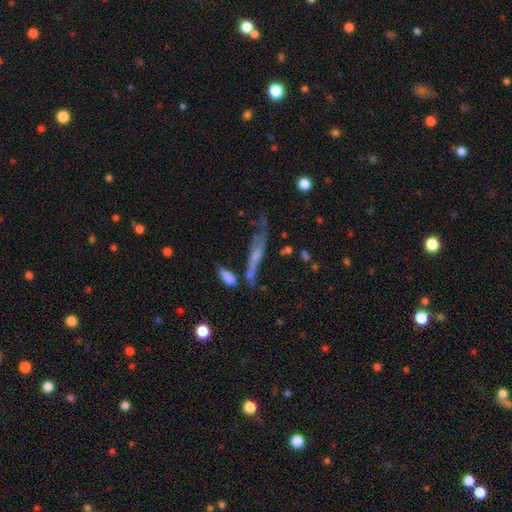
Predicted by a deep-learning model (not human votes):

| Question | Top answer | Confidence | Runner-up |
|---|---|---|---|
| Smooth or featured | featured or disk | 47% | smooth (42%) |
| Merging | none | 33% | merger (23%) |